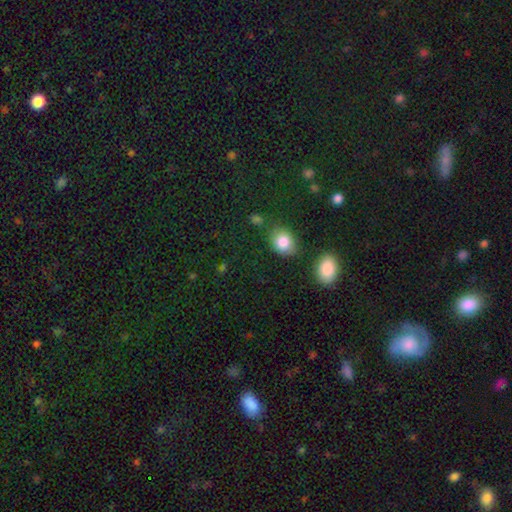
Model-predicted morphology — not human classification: Smooth or featured: smooth — 57% (star or artifact — 35%)
How rounded: round — 59% (in between — 39%)
Merging: none — 80% (minor disturbance — 10%)